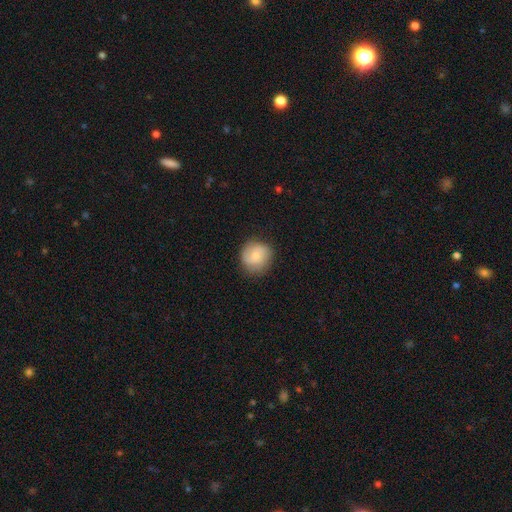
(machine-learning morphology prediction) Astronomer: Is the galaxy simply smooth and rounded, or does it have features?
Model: smooth — 54% (runner-up: featured or disk, 39%).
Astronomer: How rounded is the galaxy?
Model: round — 88%.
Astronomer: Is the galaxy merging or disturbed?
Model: none — 80%.